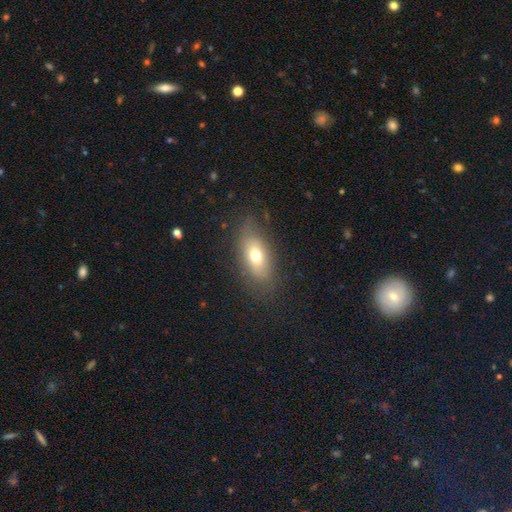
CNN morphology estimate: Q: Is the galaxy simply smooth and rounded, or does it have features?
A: smooth — 68%.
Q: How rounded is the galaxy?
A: in between — 83%.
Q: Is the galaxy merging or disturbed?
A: none — 76%.